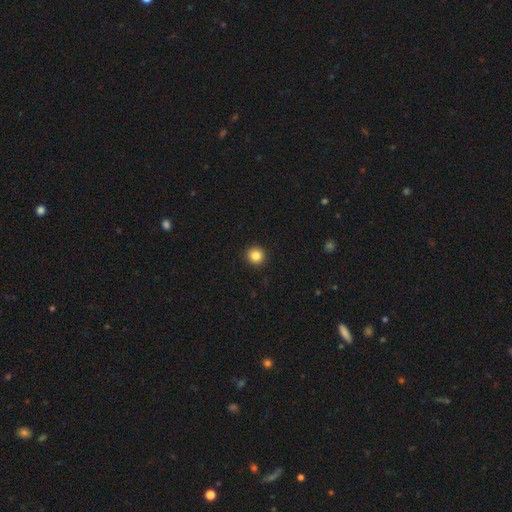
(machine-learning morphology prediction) smooth_or_featured: smooth (p=0.85) [alt: star or artifact p=0.10]
how_rounded: round (p=0.95) [alt: in between p=0.04]
merging: none (p=0.94) [alt: minor disturbance p=0.04]